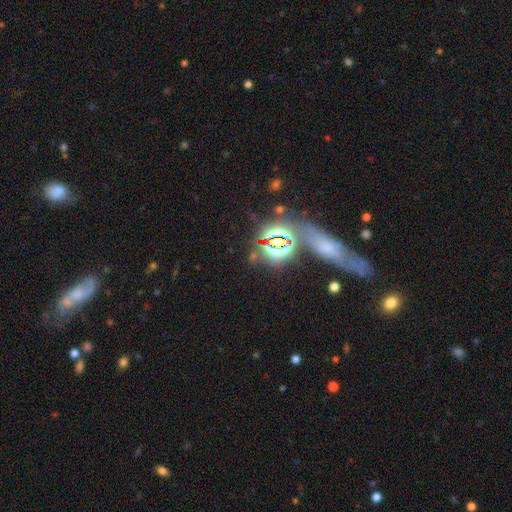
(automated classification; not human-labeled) Overall: star or artifact (66%).